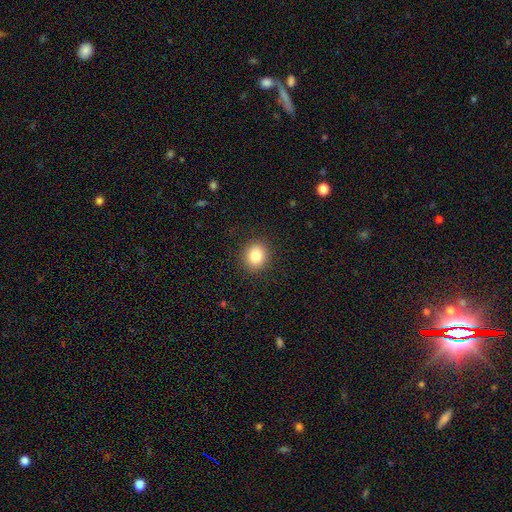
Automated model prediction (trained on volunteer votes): This is clearly a smooth galaxy (83%). How rounded: likely round (68%). Merging: clearly none (90%).